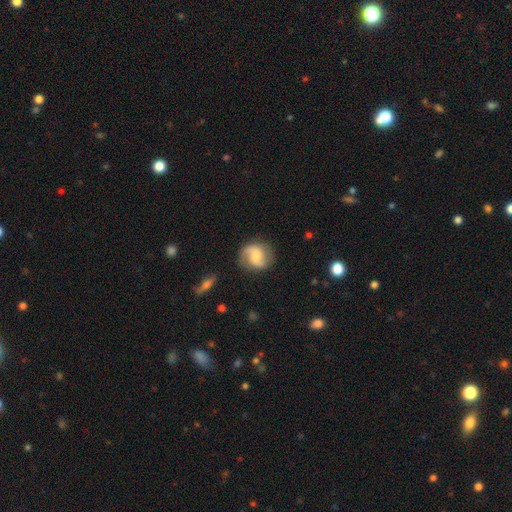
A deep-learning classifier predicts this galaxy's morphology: Smooth or featured: featured or disk — 66% (smooth — 27%)
Edge-on disk: no — 97% (yes — 3%)
Bar: no — 53% (weak — 38%)
Spiral arms: yes — 93% (no — 7%)
Spiral winding: medium — 42% (loose — 39%)
Spiral arm count: 2 — 88% (can't tell — 5%)
Bulge size: small — 47% (moderate — 40%)
Merging: none — 78% (minor disturbance — 15%)